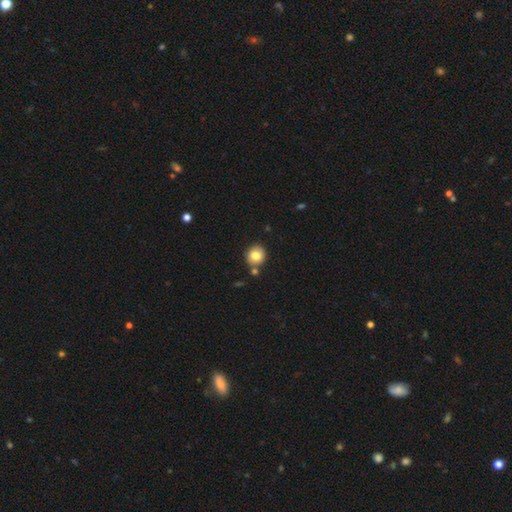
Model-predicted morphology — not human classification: smooth-or-featured: smooth: 80% | star or artifact: 10% | featured or disk: 10%
  how-rounded: round: 85% | in between: 14% | cigar-shaped: 1%
  merging: none: 78% | merger: 10% | minor disturbance: 9% | major disturbance: 2%